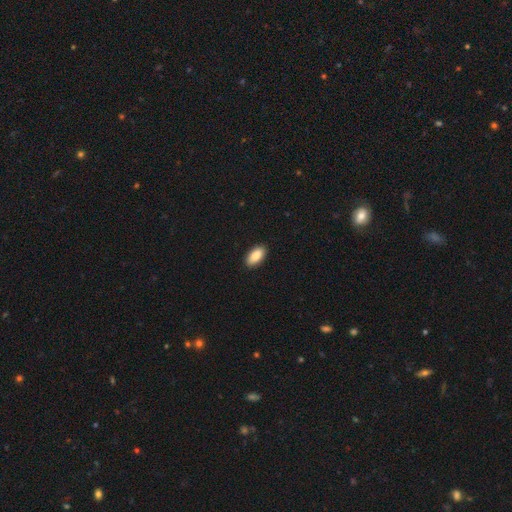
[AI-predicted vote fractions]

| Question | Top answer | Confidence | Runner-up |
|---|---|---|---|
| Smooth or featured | smooth | 87% | star or artifact (7%) |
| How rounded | in between | 92% | cigar-shaped (5%) |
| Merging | none | 91% | minor disturbance (7%) |